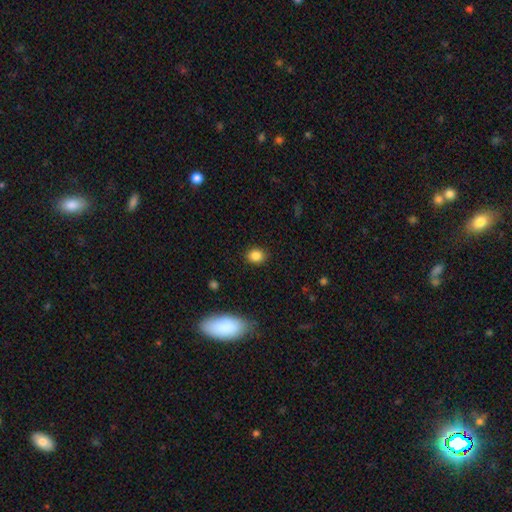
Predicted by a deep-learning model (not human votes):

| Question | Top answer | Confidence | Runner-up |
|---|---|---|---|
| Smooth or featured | smooth | 86% | star or artifact (10%) |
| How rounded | round | 62% | in between (37%) |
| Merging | none | 89% | minor disturbance (8%) |